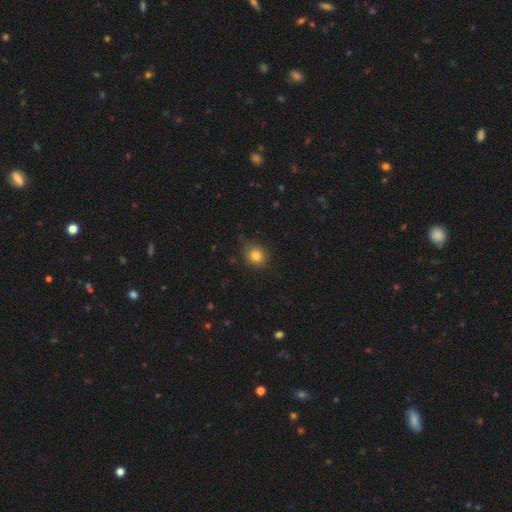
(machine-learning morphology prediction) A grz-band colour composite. It shows a smooth galaxy with no disk features (82%) that is round (83%). Merging: none (76%).